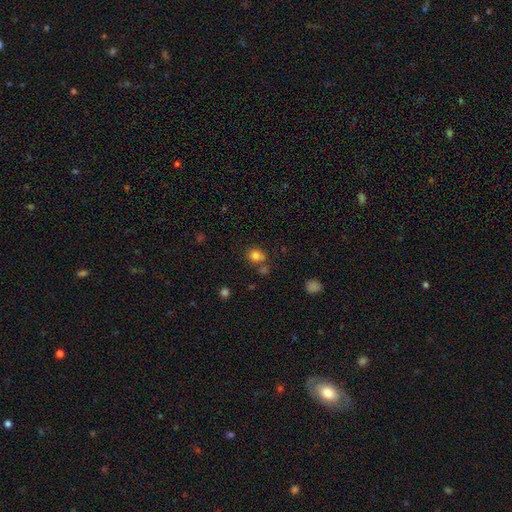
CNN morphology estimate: Smooth or featured? Predicted: smooth (p=0.80). How rounded? Predicted: round (p=0.73). Merging? Predicted: none (p=0.65).